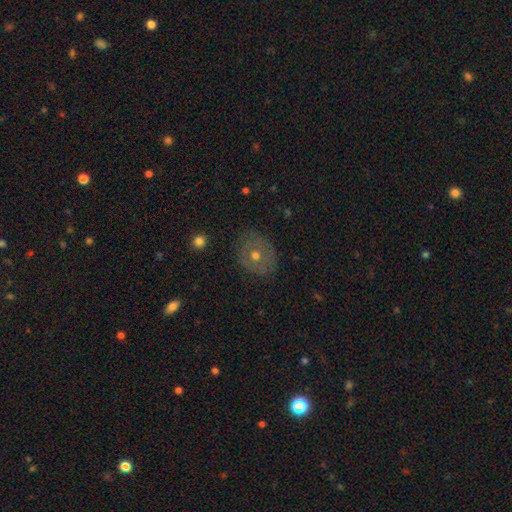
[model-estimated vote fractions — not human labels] This is possibly a smooth galaxy (48%). Merging: clearly none (82%).